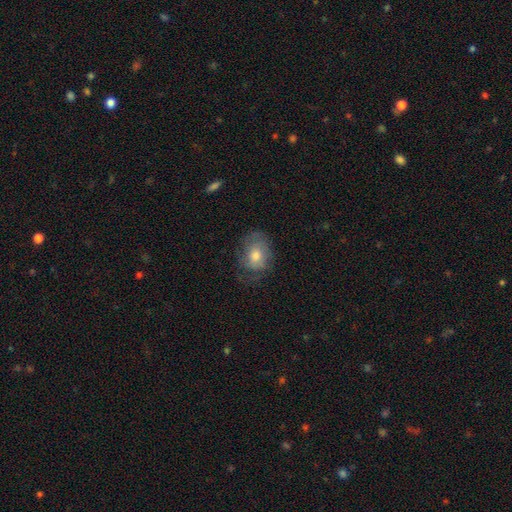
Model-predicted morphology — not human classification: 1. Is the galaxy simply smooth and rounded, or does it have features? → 59% smooth, 32% featured or disk, 9% star or artifact.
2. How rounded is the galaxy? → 64% in between, 35% round, 1% cigar-shaped.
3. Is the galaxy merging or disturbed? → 58% none, 26% minor disturbance, 15% major disturbance, 1% merger.